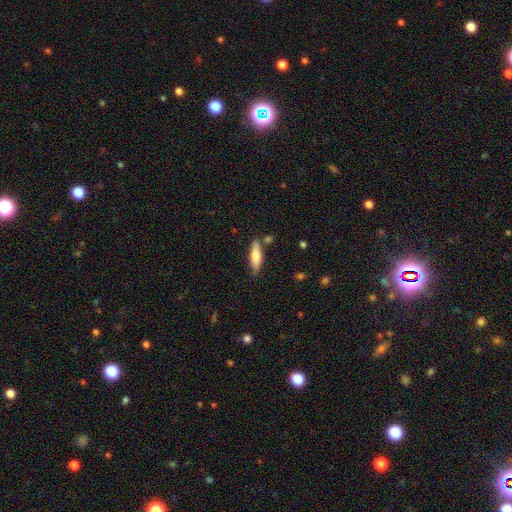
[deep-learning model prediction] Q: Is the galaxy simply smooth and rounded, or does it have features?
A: smooth — 73%.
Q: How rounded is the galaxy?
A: cigar-shaped — 60%.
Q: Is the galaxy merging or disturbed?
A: none — 76%.